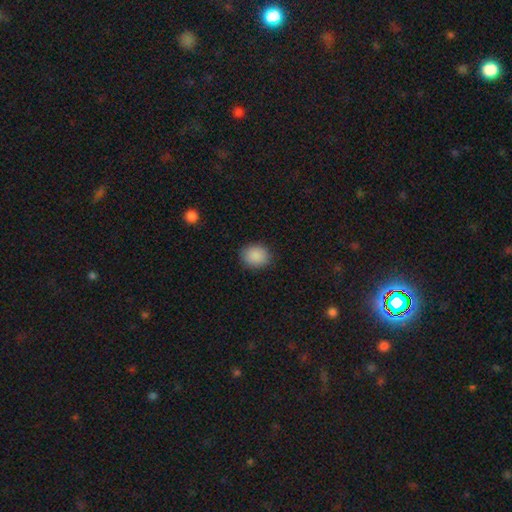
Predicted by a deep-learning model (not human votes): A smooth galaxy with no disk features (89%) that is round (66%). Merging: none (87%).